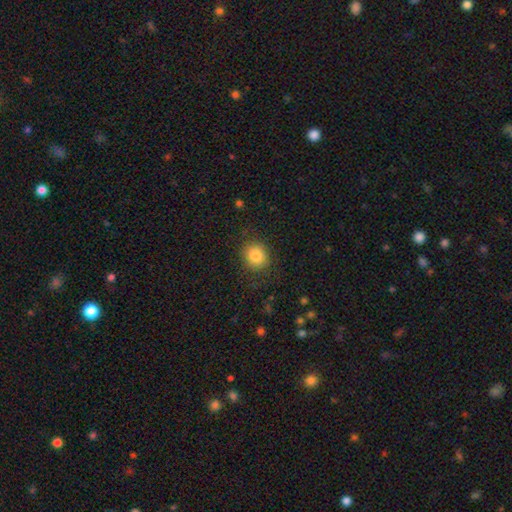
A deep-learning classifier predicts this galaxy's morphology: A smooth galaxy with no disk features (82%) that is round (80%). Merging: none (86%).